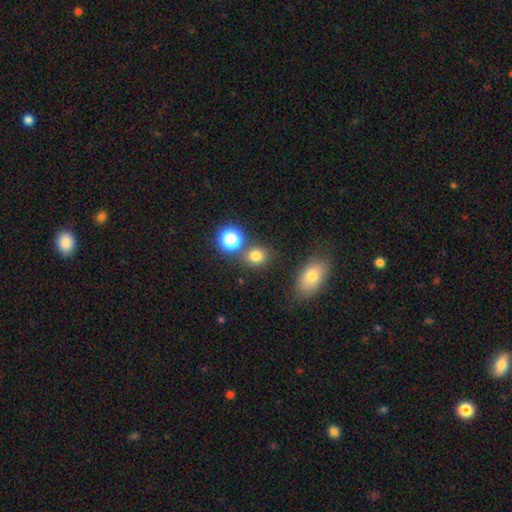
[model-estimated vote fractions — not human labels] A smooth galaxy with no disk features (76%) that is round (71%).

Vote fractions:
- Smooth or featured? smooth: 76% / star or artifact: 17% / featured or disk: 7%
- How rounded? round: 71% / in between: 28% / cigar-shaped: 1%
- Merging? none: 71% / merger: 14% / minor disturbance: 10% / major disturbance: 4%